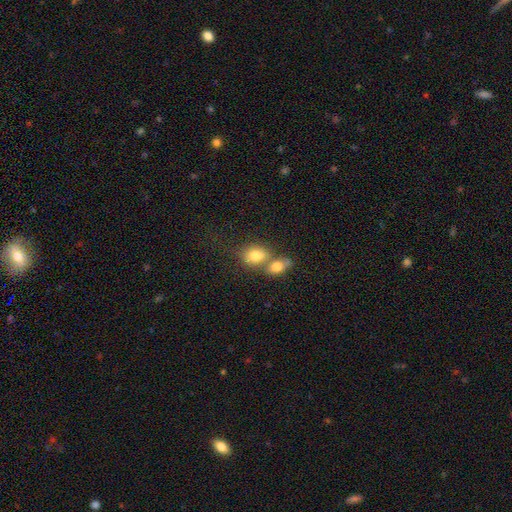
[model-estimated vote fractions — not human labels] The model was most divided on "merging": merger: 57%, none: 31%, minor disturbance: 9%, major disturbance: 4%. More confident: smooth or featured — smooth (78%); how rounded — in between (66%).